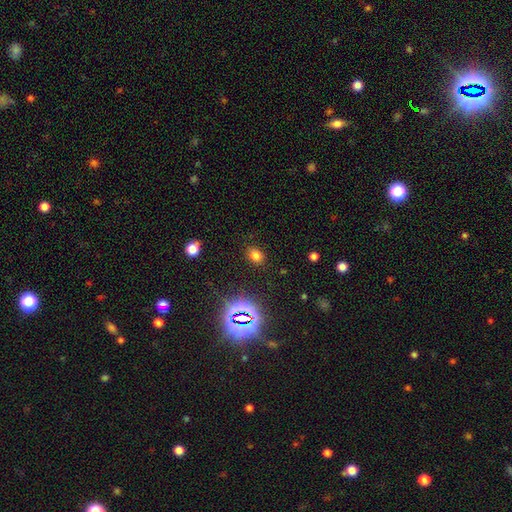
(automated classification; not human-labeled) smooth 72%, star or artifact 21%, featured or disk 7%. Down the decision tree: how rounded — in between (59%); merging — none (86%).